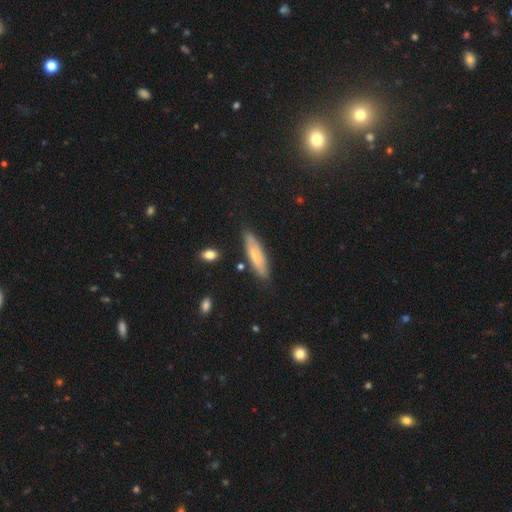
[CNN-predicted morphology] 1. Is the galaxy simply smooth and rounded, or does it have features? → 63% smooth, 30% featured or disk, 6% star or artifact.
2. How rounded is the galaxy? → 66% cigar-shaped, 32% in between, 2% round.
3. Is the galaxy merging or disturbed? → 81% none, 14% minor disturbance, 3% merger, 3% major disturbance.